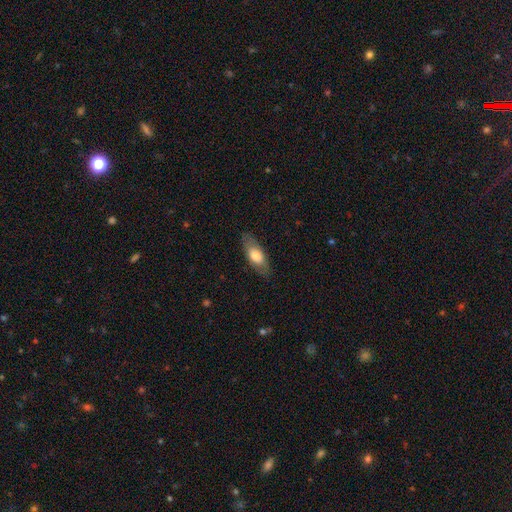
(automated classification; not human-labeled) Smooth or featured? smooth (65%)
How rounded? in between (78%)
Merging? none (82%)